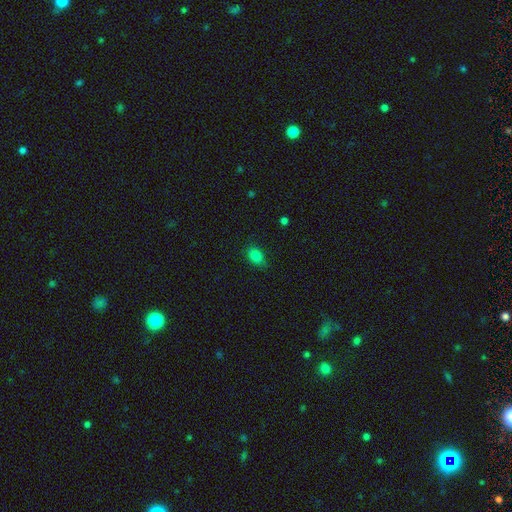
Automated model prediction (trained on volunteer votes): This appears to be a smooth galaxy with no disk features (83%) that is in between round and cigar-shaped (74%). Merging: none (79%).